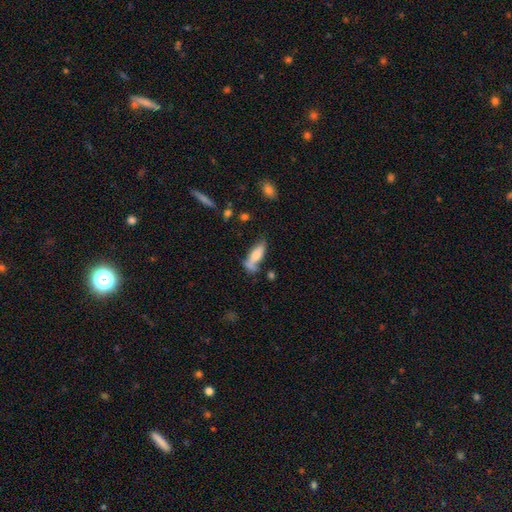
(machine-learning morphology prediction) type=smooth (64%); roundness=in between (59%); merging=none (42%).